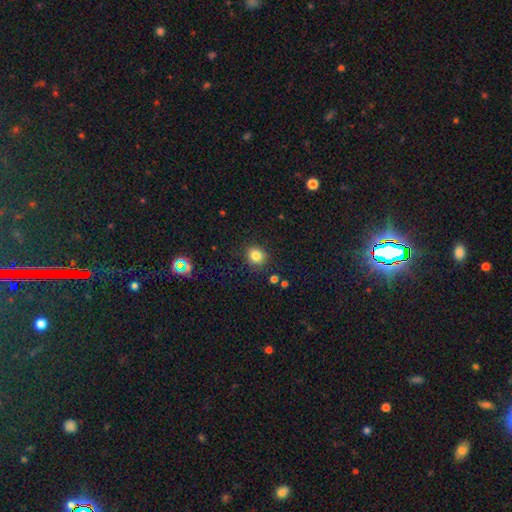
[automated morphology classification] A smooth galaxy with no disk features (82%) that is round (80%). Merging: none (86%).